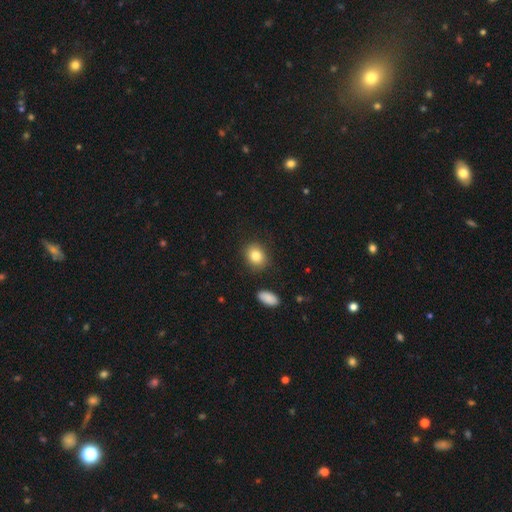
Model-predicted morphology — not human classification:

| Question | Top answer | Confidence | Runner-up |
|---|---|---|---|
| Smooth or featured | smooth | 85% | star or artifact (8%) |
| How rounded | round | 55% | in between (44%) |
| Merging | none | 83% | minor disturbance (11%) |